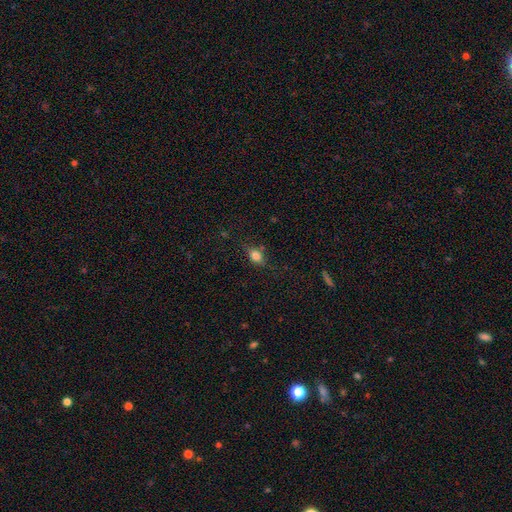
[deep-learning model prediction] smooth_or_featured: smooth (p=0.79) [alt: star or artifact p=0.11]
how_rounded: in between (p=0.70) [alt: round p=0.26]
merging: none (p=0.72) [alt: minor disturbance p=0.20]